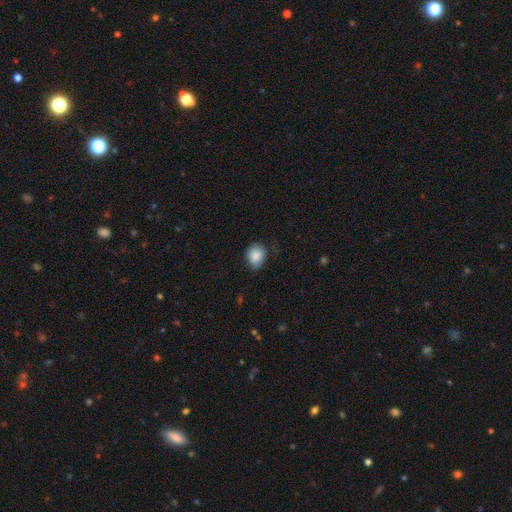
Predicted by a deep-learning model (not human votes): The model was most divided on "how rounded": round: 52%, in between: 47%, cigar-shaped: 1%. More confident: smooth or featured — smooth (87%); merging — none (70%).